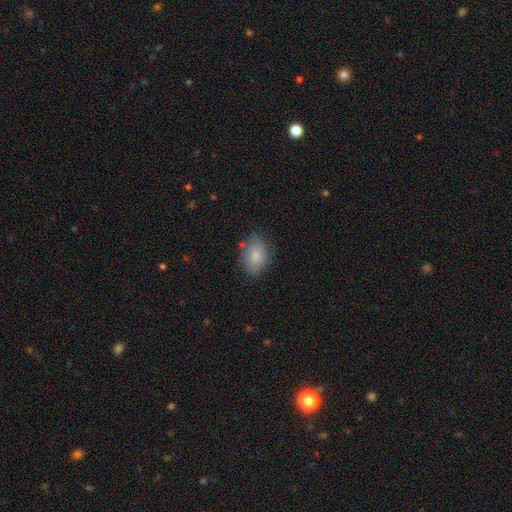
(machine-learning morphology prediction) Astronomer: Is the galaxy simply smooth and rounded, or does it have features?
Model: smooth — 83%.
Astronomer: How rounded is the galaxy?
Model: in between — 76%.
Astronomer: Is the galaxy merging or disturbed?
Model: none — 74%.